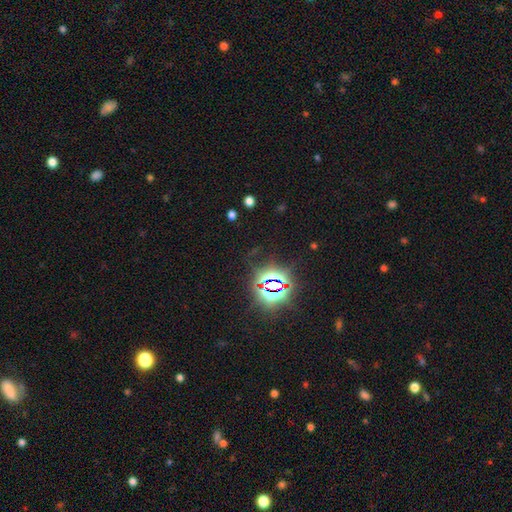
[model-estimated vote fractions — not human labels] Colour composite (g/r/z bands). It shows a star or artifact, not a galaxy (82%).